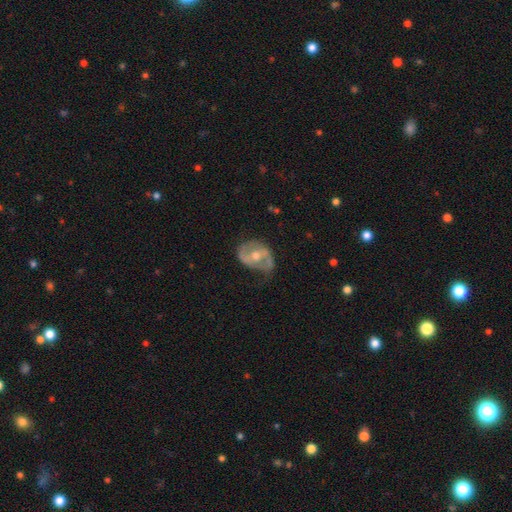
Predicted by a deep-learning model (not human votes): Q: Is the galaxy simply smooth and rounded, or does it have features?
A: featured or disk — 76%.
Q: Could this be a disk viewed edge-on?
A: no — 96%.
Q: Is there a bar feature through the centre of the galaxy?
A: no — 40%.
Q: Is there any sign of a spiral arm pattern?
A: yes — 80%.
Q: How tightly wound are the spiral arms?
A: medium — 46%.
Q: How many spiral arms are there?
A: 2 — 81%.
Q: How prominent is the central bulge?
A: moderate — 67%.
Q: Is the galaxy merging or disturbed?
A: none — 62%.